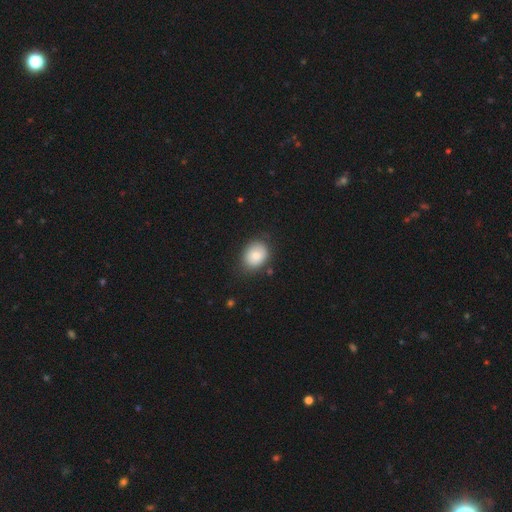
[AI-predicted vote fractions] Morphology: type=smooth (82%); roundness=in between (54%); merging=none (79%).